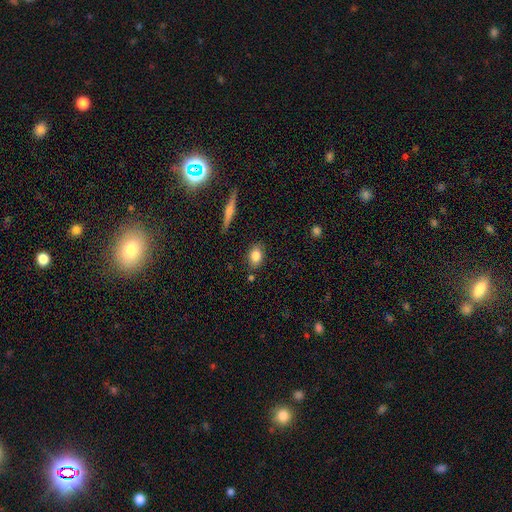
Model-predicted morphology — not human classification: Smooth or featured? Predicted: smooth (p=0.81). How rounded? Predicted: in between (p=0.74). Merging? Predicted: none (p=0.82).